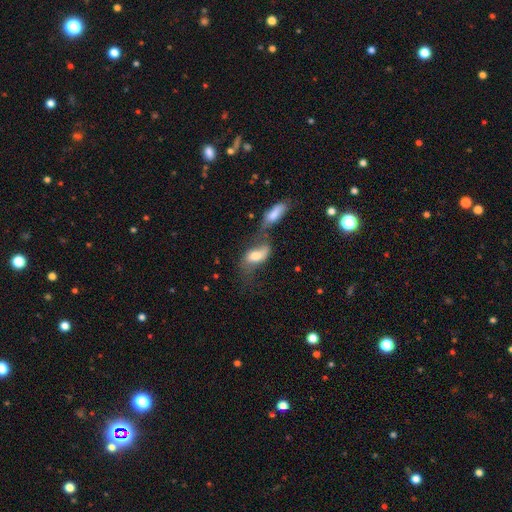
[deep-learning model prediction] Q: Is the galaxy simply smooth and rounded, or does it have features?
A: smooth — 55%.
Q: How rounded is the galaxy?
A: in between — 84%.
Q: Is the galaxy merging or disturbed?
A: merger — 58%.